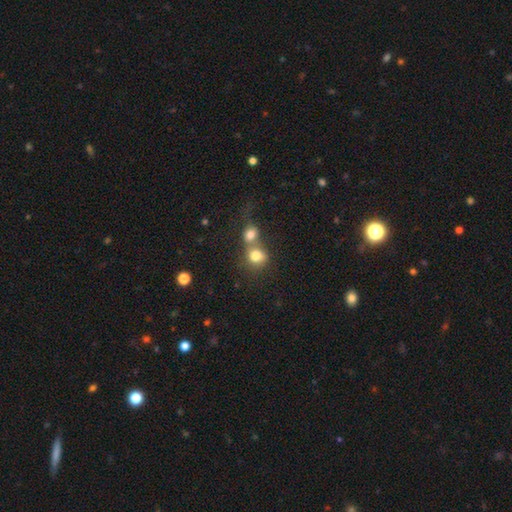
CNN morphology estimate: smooth 78%, star or artifact 11%, featured or disk 11%. Down the decision tree: how rounded — round (71%); merging — merger (61%).